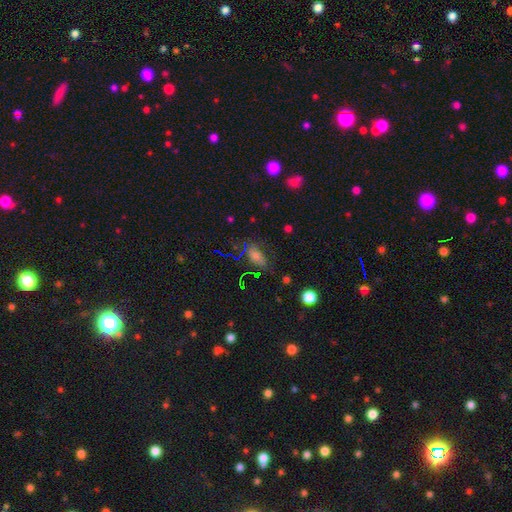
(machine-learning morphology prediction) Smooth or featured?
  - smooth: 52% *
  - star or artifact: 26%
  - featured or disk: 22%
How rounded?
  - in between: 81% *
  - round: 14%
  - cigar-shaped: 5%
Merging?
  - none: 65% *
  - minor disturbance: 21%
  - major disturbance: 11%
  - merger: 3%